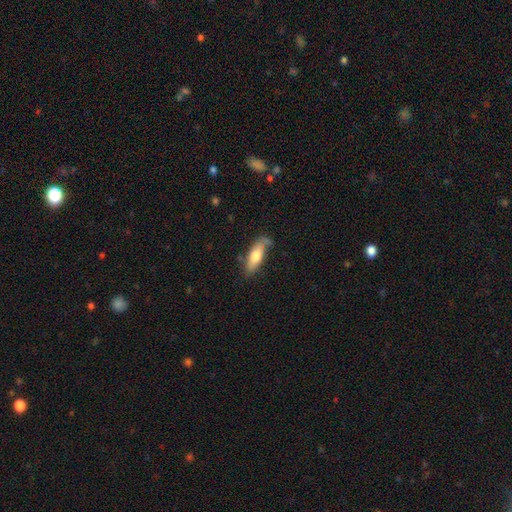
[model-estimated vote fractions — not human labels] Smooth or featured? Predicted: smooth (p=0.70). How rounded? Predicted: in between (p=0.59). Merging? Predicted: none (p=0.63).